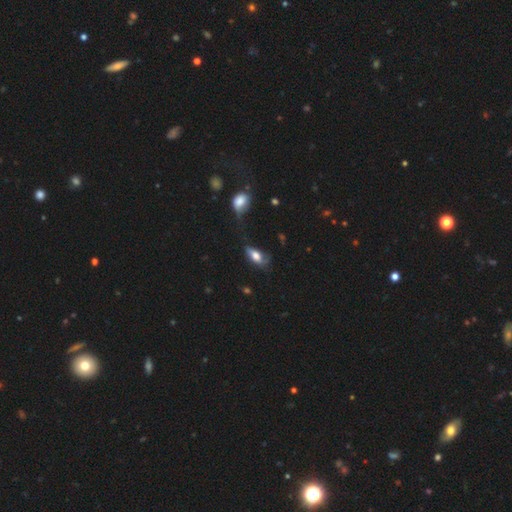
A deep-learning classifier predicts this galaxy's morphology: Smooth or featured? smooth (67%)
How rounded? in between (83%)
Merging? none (40%)